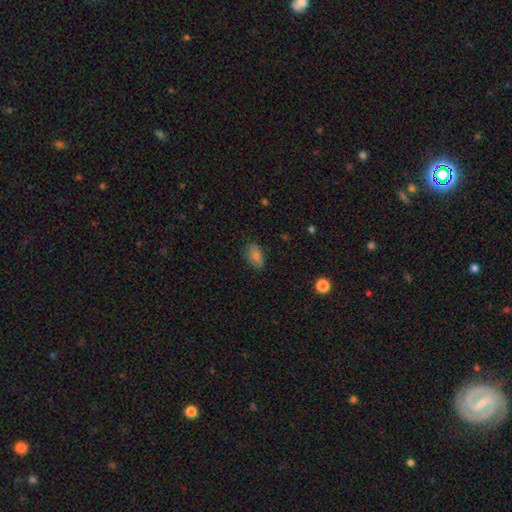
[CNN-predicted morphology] type=smooth (70%); roundness=in between (88%); merging=none (82%).